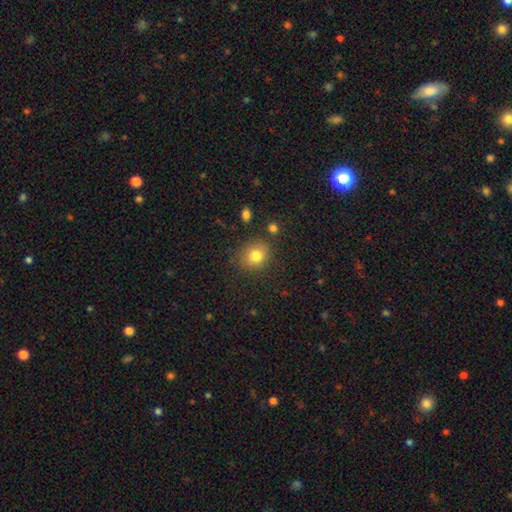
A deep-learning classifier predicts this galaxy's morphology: The model was most divided on "how rounded": round: 77%, in between: 22%, cigar-shaped: 1%. More confident: merging — none (82%); smooth or featured — smooth (80%).